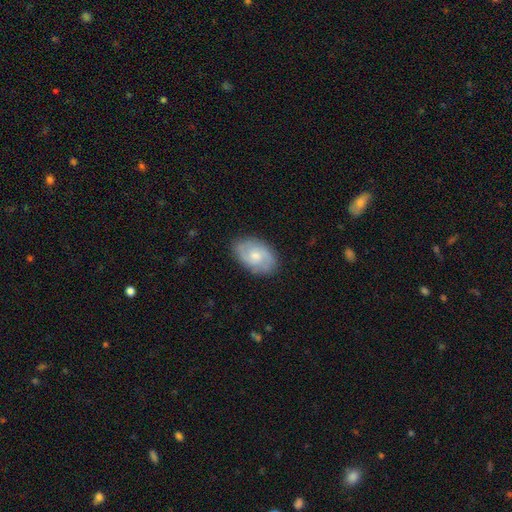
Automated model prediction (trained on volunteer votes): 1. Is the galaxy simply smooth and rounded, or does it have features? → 57% featured or disk, 37% smooth, 6% star or artifact.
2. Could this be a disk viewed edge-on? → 96% no, 4% yes.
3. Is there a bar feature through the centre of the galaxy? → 62% no, 34% weak, 4% strong.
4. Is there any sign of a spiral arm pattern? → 86% yes, 14% no.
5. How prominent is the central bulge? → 56% moderate, 35% small, 4% large, 3% none, 1% dominant.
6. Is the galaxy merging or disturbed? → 81% none, 14% minor disturbance, 3% major disturbance, 1% merger.